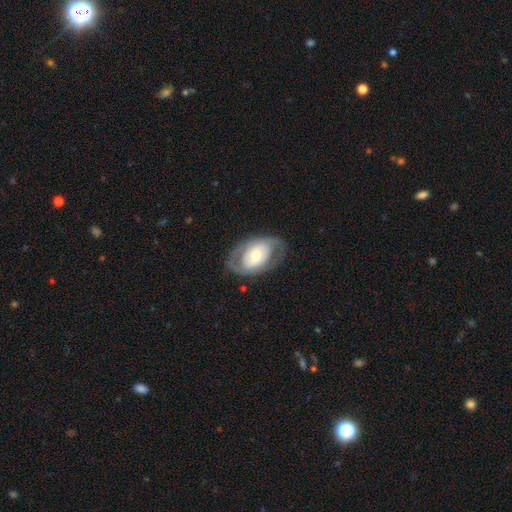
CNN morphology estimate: smooth_or_featured: featured or disk (p=0.68) [alt: smooth p=0.26]
disk_edge_on: no (p=0.94) [alt: yes p=0.06]
bar: no (p=0.61) [alt: weak p=0.27]
has_spiral_arms: yes (p=0.68) [alt: no p=0.32]
bulge_size: moderate (p=0.52) [alt: small p=0.34]
merging: none (p=0.71) [alt: minor disturbance p=0.16]